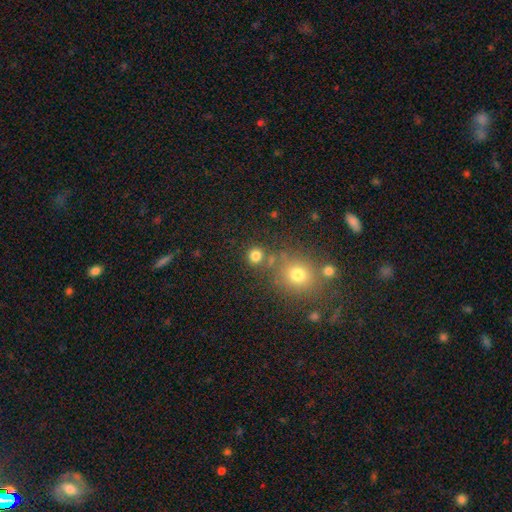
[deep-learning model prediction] Smooth or featured?
  - smooth: 78% *
  - star or artifact: 16%
  - featured or disk: 6%
How rounded?
  - round: 90% *
  - in between: 9%
  - cigar-shaped: 1%
Merging?
  - none: 77% *
  - merger: 11%
  - minor disturbance: 8%
  - major disturbance: 4%